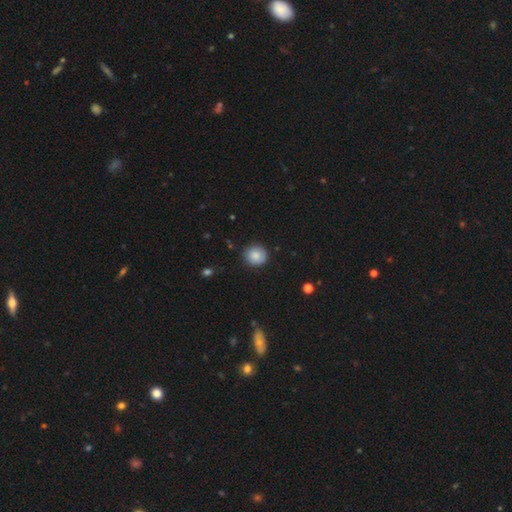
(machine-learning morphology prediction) This appears to be a smooth galaxy with no disk features (86%) that is round (90%). Merging: none (88%).